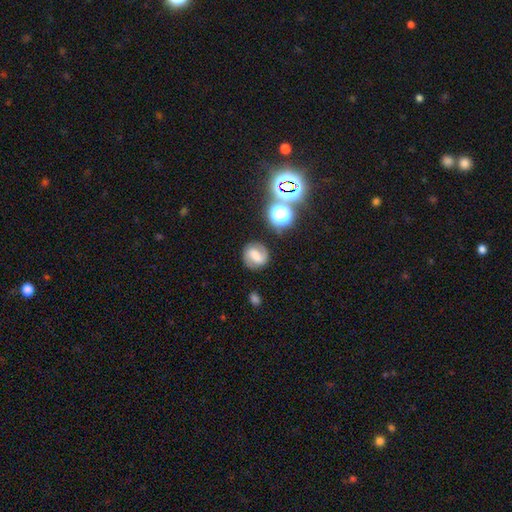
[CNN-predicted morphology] smooth_or_featured: featured or disk (p=0.56) [alt: smooth p=0.32]
disk_edge_on: no (p=0.97) [alt: yes p=0.03]
bar: weak (p=0.43) [alt: strong p=0.36]
has_spiral_arms: yes (p=0.89) [alt: no p=0.11]
bulge_size: moderate (p=0.33) [alt: small p=0.25]
merging: none (p=0.79) [alt: minor disturbance p=0.13]